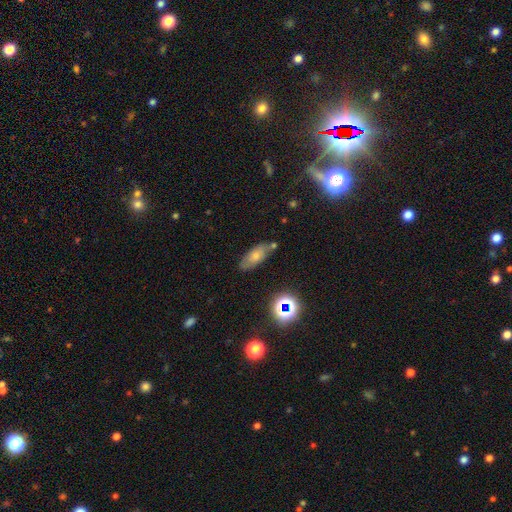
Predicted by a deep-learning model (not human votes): smooth 67%, featured or disk 21%, star or artifact 12%. Down the decision tree: how rounded — in between (77%); merging — none (66%).